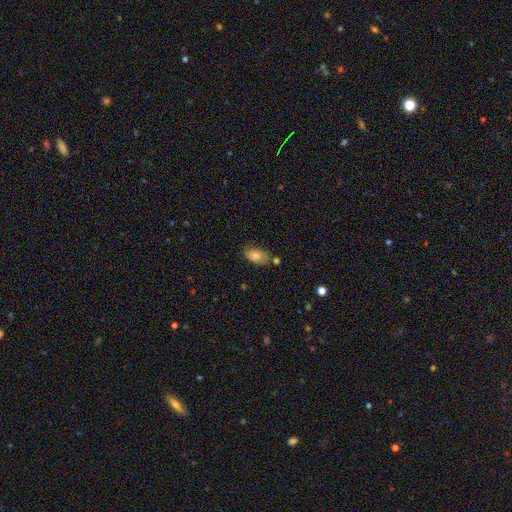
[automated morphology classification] This appears to be a smooth galaxy with no disk features (80%) that is in between round and cigar-shaped (91%). Merging: none (63%).